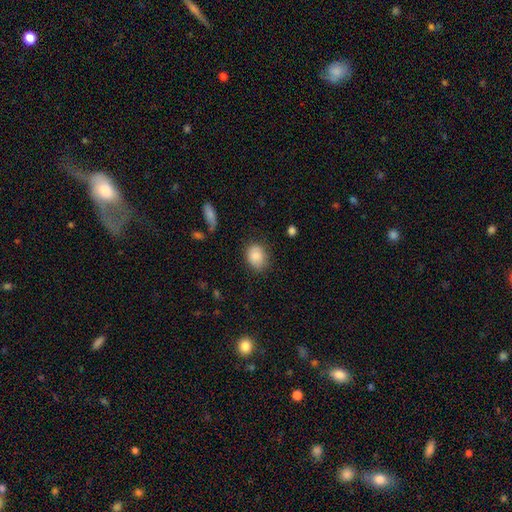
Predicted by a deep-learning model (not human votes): Overall: smooth (86%). How rounded: in between (61%; round 38%). Merging: none (75%).